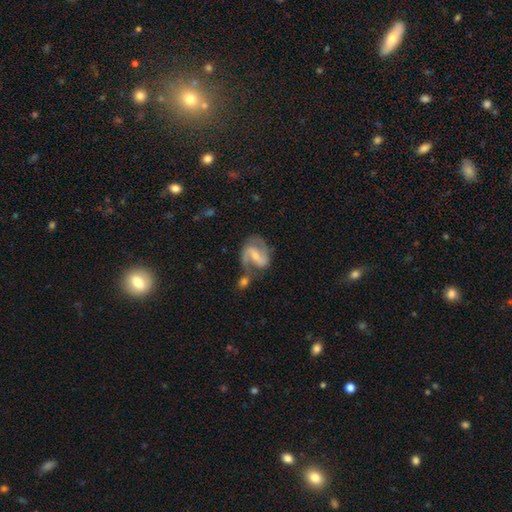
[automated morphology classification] Q: Smooth or featured?
A: featured or disk (82%); runner-up: smooth (12%)
Q: Edge-on disk?
A: no (97%); runner-up: yes (3%)
Q: Bar?
A: weak (43%); runner-up: strong (40%)
Q: Spiral arms?
A: yes (94%); runner-up: no (6%)
Q: Spiral winding?
A: medium (51%); runner-up: loose (32%)
Q: Spiral arm count?
A: 2 (87%); runner-up: 1 (6%)
Q: Bulge size?
A: small (54%); runner-up: moderate (39%)
Q: Merging?
A: none (52%); runner-up: minor disturbance (20%)